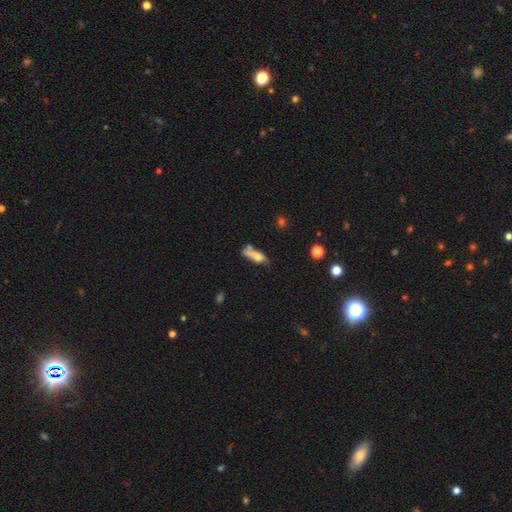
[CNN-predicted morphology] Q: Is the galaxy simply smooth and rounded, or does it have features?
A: smooth — 63%.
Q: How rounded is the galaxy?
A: cigar-shaped — 49%.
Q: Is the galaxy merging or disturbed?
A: none — 34%.